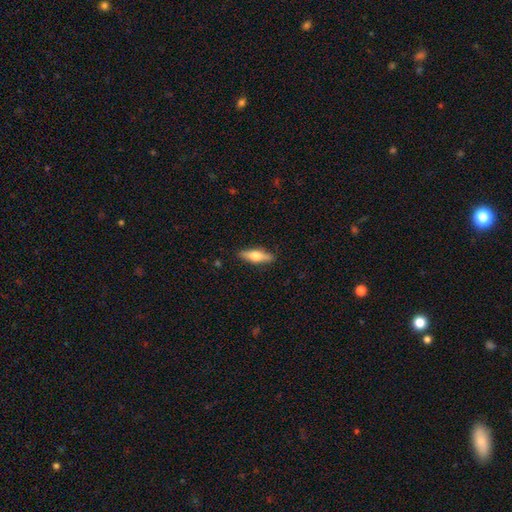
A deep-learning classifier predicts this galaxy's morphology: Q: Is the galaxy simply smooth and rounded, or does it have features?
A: smooth — 53%.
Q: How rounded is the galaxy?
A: cigar-shaped — 54%.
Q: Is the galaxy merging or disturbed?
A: none — 88%.